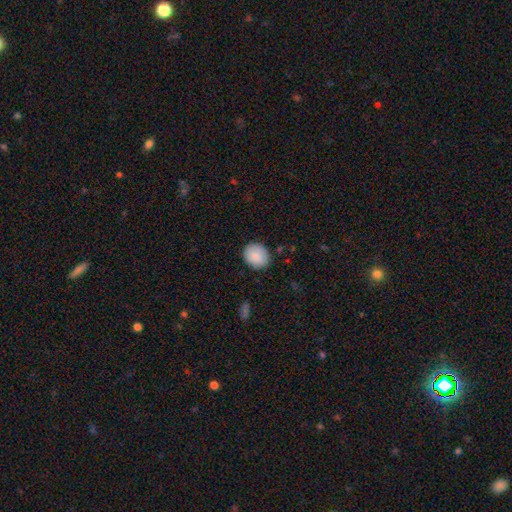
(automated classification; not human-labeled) Smooth or featured?
  - smooth: 88% *
  - star or artifact: 7%
  - featured or disk: 5%
How rounded?
  - round: 67% *
  - in between: 33%
  - cigar-shaped: 1%
Merging?
  - none: 86% *
  - minor disturbance: 10%
  - major disturbance: 2%
  - merger: 1%